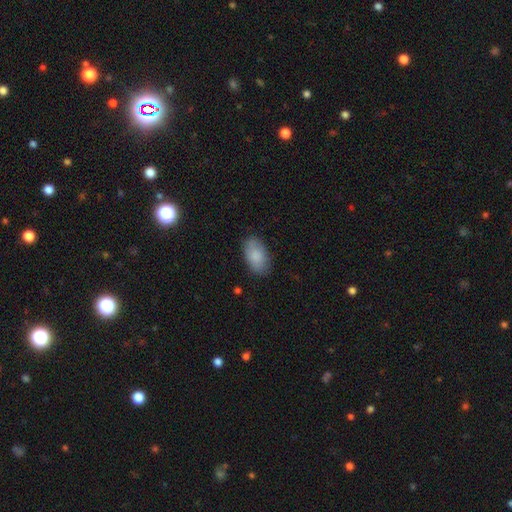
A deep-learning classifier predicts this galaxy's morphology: smooth-or-featured: smooth: 86% | featured or disk: 8% | star or artifact: 6%
  how-rounded: in between: 94% | round: 5% | cigar-shaped: 2%
  merging: none: 81% | minor disturbance: 14% | major disturbance: 3% | merger: 1%